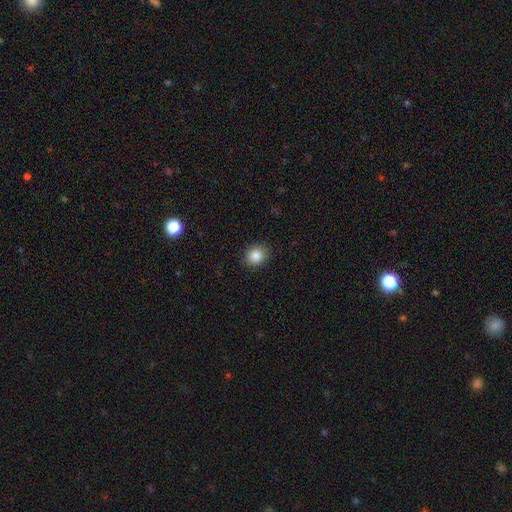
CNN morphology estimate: Overall: smooth (85%). How rounded: round (68%; in between 31%). Merging: none (89%).